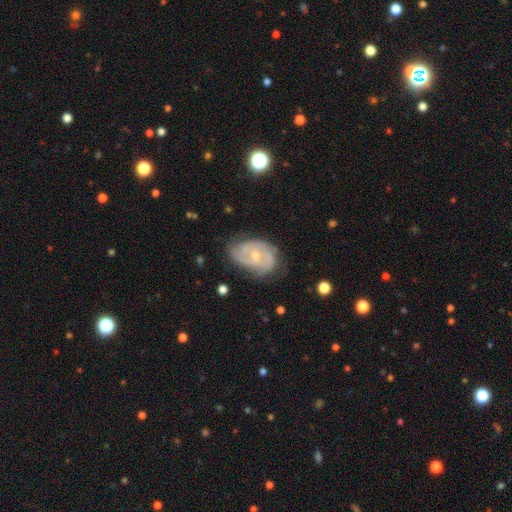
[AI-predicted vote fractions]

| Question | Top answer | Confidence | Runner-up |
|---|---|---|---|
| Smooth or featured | featured or disk | 79% | smooth (15%) |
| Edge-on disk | no | 97% | yes (3%) |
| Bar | no | 69% | weak (26%) |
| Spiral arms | yes | 89% | no (11%) |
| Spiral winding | tight | 54% | medium (35%) |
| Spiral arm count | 2 | 41% | can't tell (27%) |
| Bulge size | small | 53% | moderate (44%) |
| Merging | none | 62% | minor disturbance (27%) |